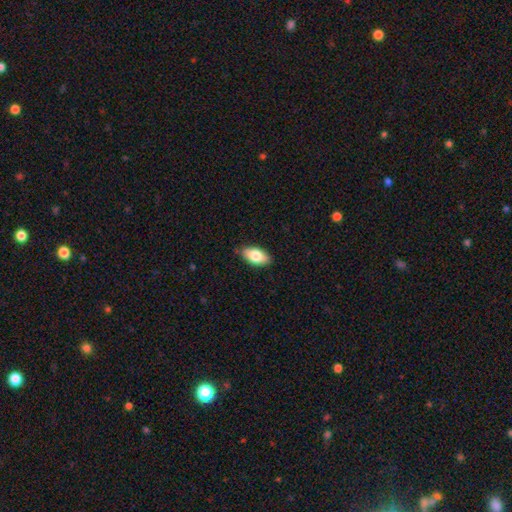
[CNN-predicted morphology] Smooth or featured? Predicted: smooth (p=0.79). How rounded? Predicted: in between (p=0.91). Merging? Predicted: none (p=0.84).